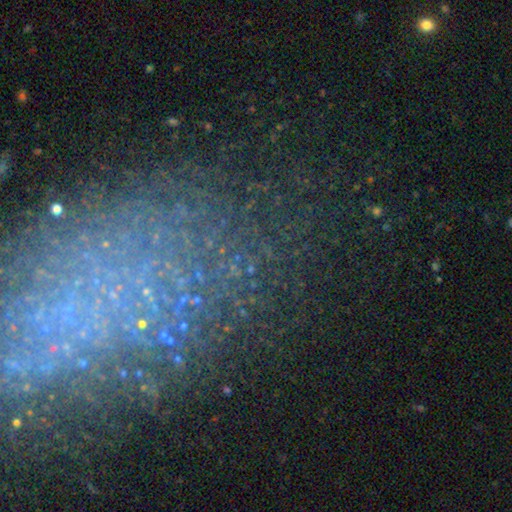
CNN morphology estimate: Smooth or featured? Predicted: star or artifact (p=0.55).